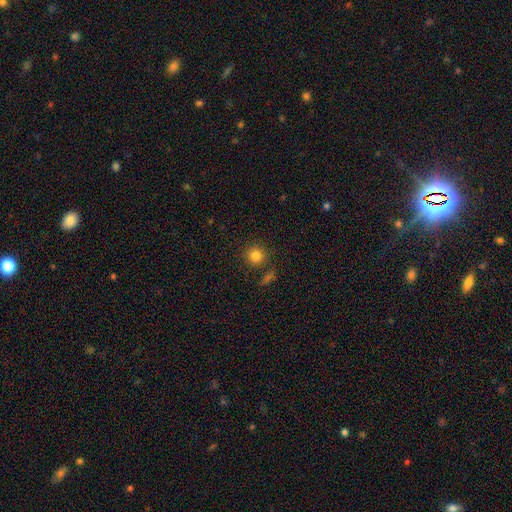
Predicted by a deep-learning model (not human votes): This is clearly a smooth galaxy (82%). How rounded: clearly round (92%). Merging: clearly none (84%).